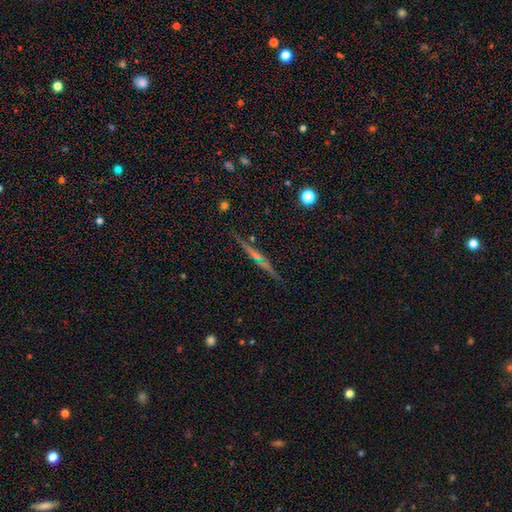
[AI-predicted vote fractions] featured or disk 71%, smooth 15%, star or artifact 14%. Down the decision tree: edge-on disk — yes (96%); edge-on bulge — rounded (63%); merging — none (87%).